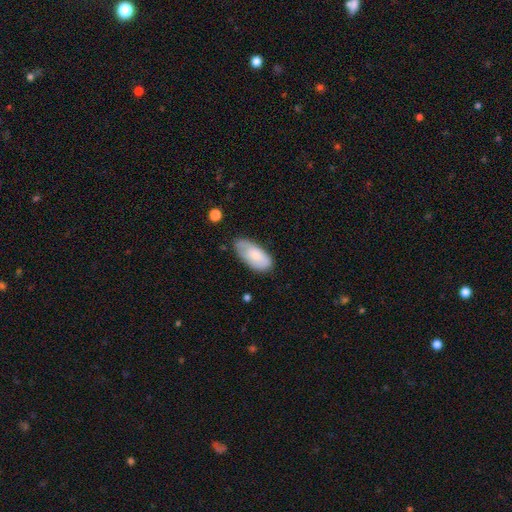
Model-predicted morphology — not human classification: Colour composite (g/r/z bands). It shows a smooth galaxy with no disk features (73%) that is in between round and cigar-shaped (92%). Merging: none (64%).